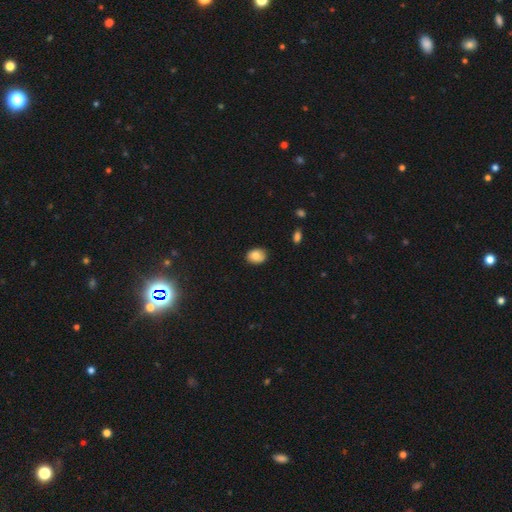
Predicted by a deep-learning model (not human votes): A smooth galaxy with no disk features (82%) that is in between round and cigar-shaped (61%). Merging: none (86%).